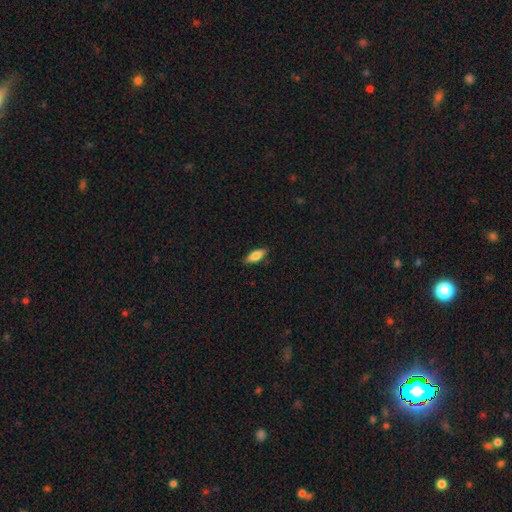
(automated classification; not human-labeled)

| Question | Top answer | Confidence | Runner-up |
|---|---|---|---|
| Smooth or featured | smooth | 73% | featured or disk (20%) |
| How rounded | in between | 64% | cigar-shaped (33%) |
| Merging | none | 86% | minor disturbance (11%) |